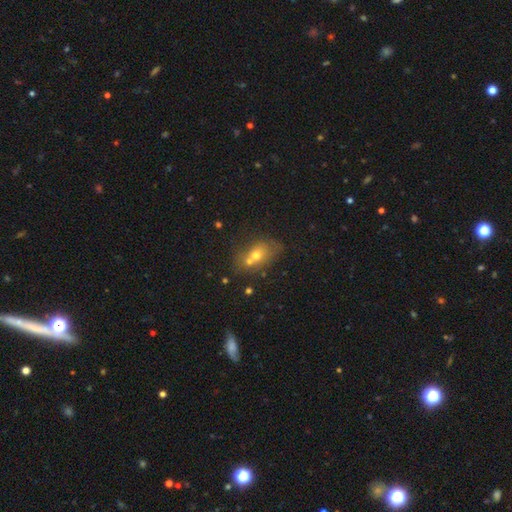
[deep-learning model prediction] Morphology: type=smooth (63%); roundness=in between (68%); merging=none (40%, tied with merger).